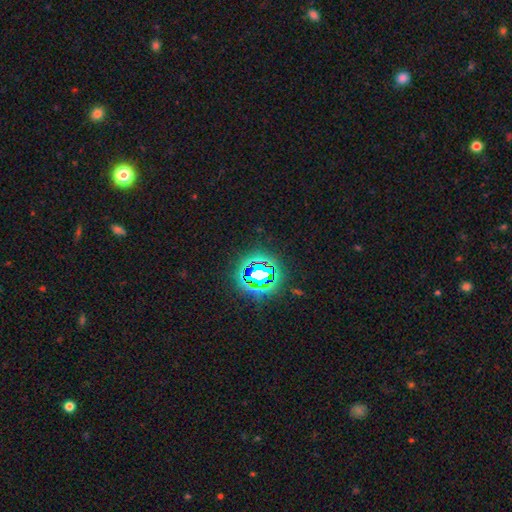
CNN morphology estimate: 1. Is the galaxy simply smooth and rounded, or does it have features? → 82% star or artifact, 12% smooth, 6% featured or disk.